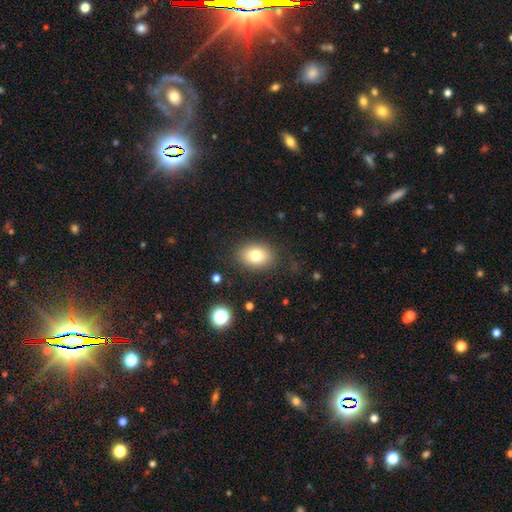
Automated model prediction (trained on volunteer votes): Morphology: type=smooth (78%); roundness=in between (70%); merging=none (85%).